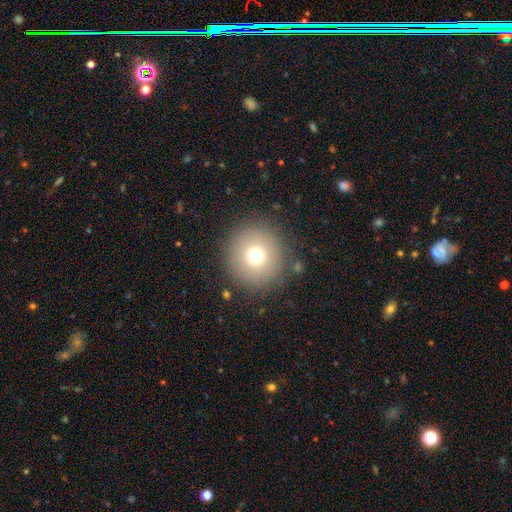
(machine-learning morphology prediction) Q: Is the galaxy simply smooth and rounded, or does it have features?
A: smooth — 72%.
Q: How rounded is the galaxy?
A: round — 95%.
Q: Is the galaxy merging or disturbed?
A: none — 89%.